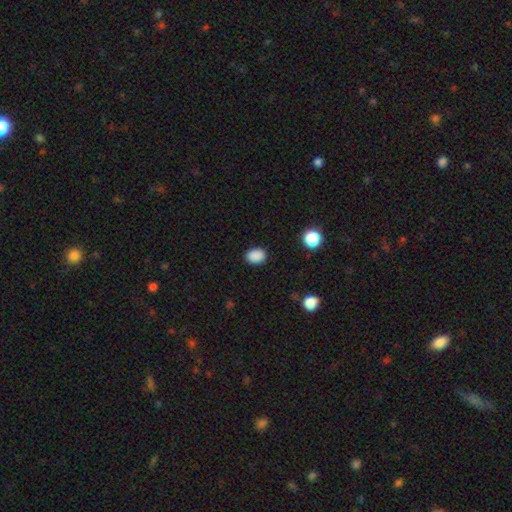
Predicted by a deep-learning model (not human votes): This appears to be a smooth galaxy with no disk features (88%) that is in between round and cigar-shaped (67%). Merging: none (88%).